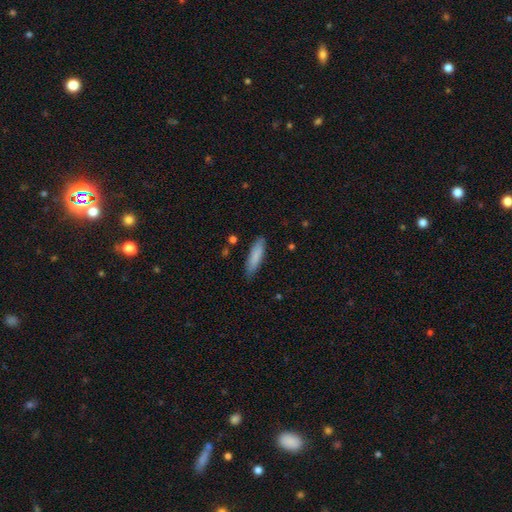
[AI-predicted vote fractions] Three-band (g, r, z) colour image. It shows a smooth galaxy with no disk features (84%) that is cigar-shaped (66%). Merging: none (84%).